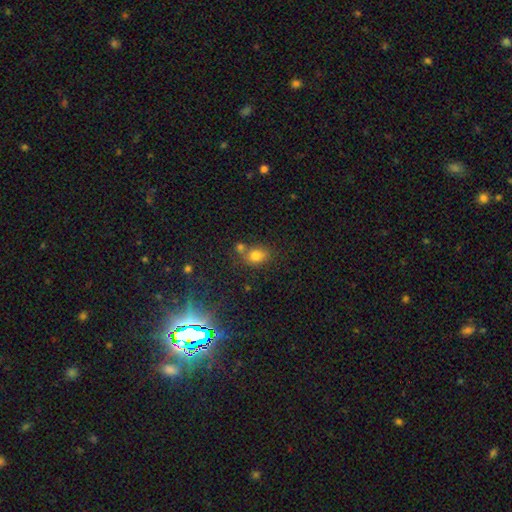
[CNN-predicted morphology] smooth 77%, star or artifact 14%, featured or disk 9%. Down the decision tree: how rounded — in between (62%); merging — none (54%).